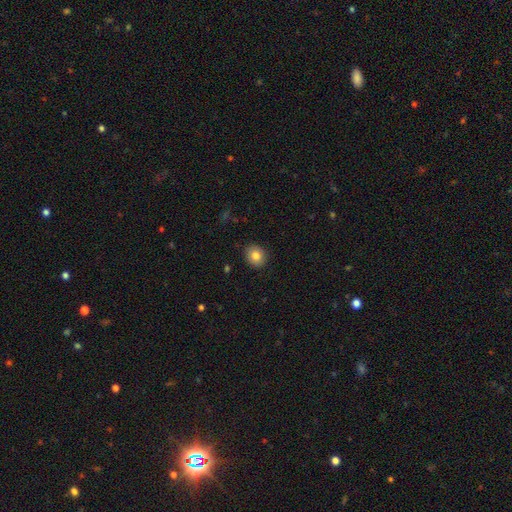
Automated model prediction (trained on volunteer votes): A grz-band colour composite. It shows a smooth galaxy with no disk features (83%) that is round (66%). Merging: none (90%).